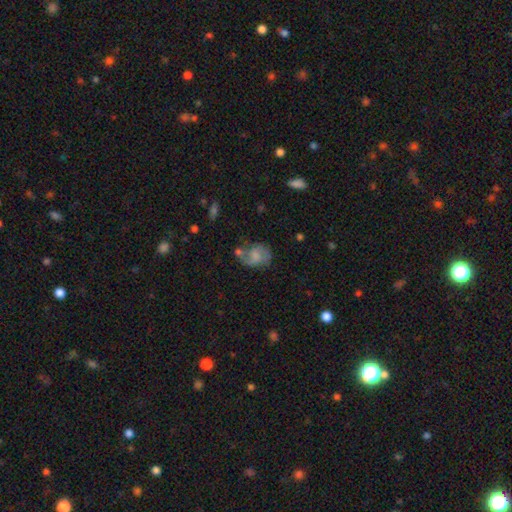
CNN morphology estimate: smooth-or-featured: smooth: 50% | featured or disk: 41% | star or artifact: 9%
  merging: none: 40% | minor disturbance: 25% | merger: 19% | major disturbance: 16%